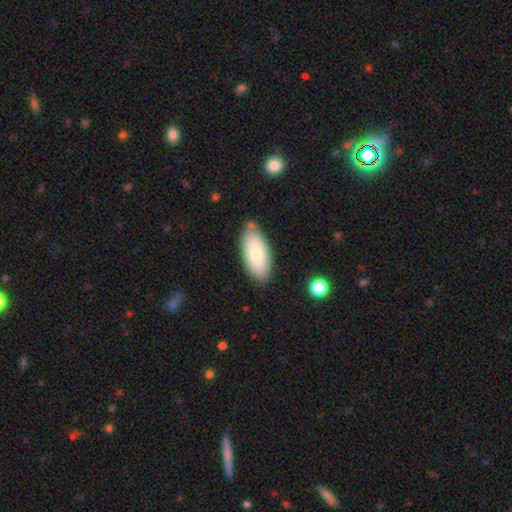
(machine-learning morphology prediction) Smooth or featured: smooth — 76% (featured or disk — 18%)
How rounded: in between — 90% (cigar-shaped — 7%)
Merging: none — 76% (minor disturbance — 16%)